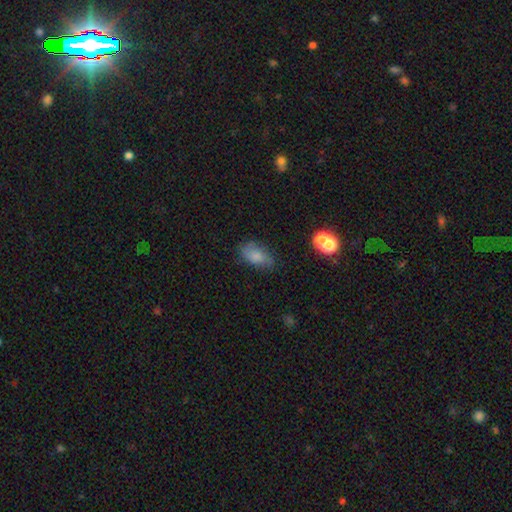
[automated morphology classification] Smooth or featured? smooth (75%)
How rounded? in between (90%)
Merging? none (63%)